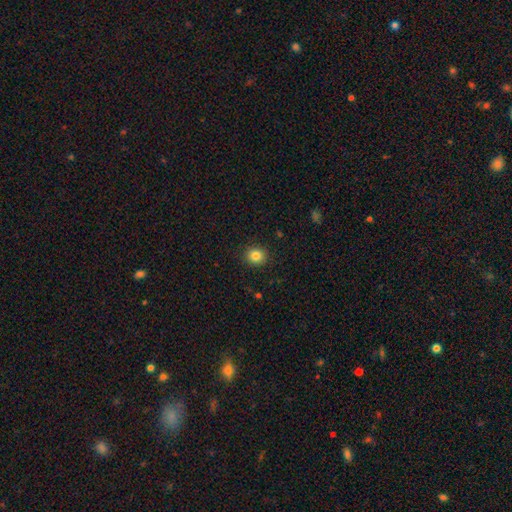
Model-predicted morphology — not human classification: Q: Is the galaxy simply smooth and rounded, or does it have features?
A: smooth — 84%.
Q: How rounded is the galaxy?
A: round — 82%.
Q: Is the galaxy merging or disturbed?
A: none — 91%.